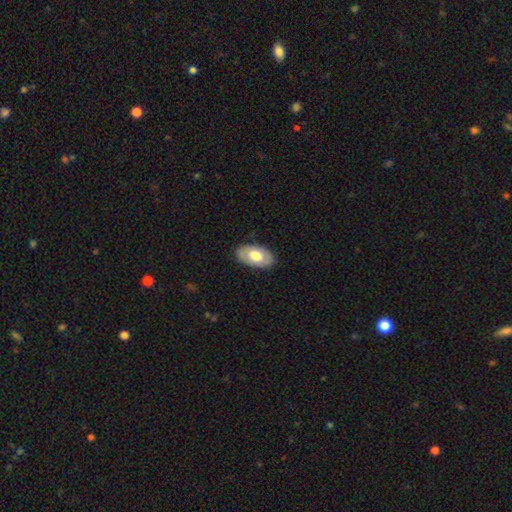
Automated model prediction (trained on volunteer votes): smooth_or_featured: smooth (p=0.63) [alt: featured or disk p=0.32]
how_rounded: in between (p=0.94) [alt: round p=0.04]
merging: none (p=0.85) [alt: minor disturbance p=0.11]